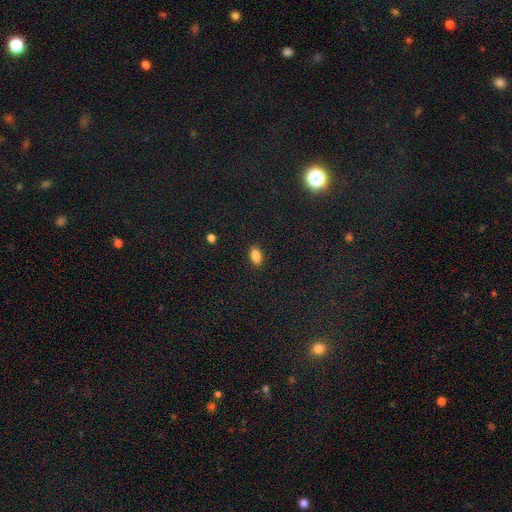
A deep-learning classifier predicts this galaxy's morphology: smooth-or-featured: smooth: 86% | star or artifact: 9% | featured or disk: 5%
  how-rounded: in between: 91% | round: 5% | cigar-shaped: 4%
  merging: none: 90% | minor disturbance: 8% | major disturbance: 2% | merger: 1%